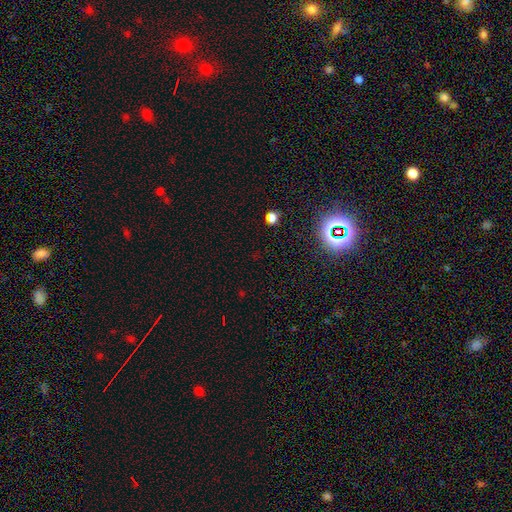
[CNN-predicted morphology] Smooth or featured? Predicted: star or artifact (p=0.67).